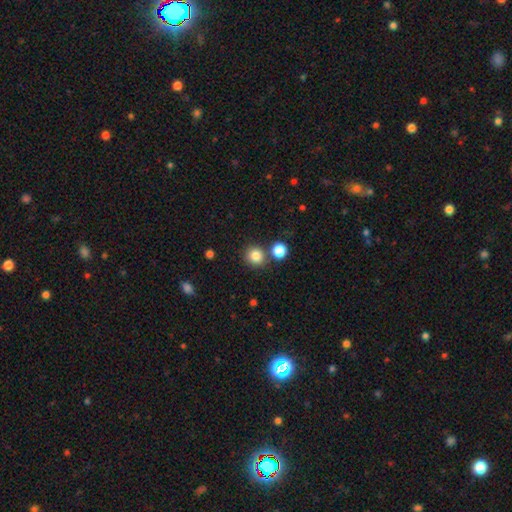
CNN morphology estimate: This appears to be a smooth galaxy with no disk features (84%) that is round (89%). Merging: none (76%).